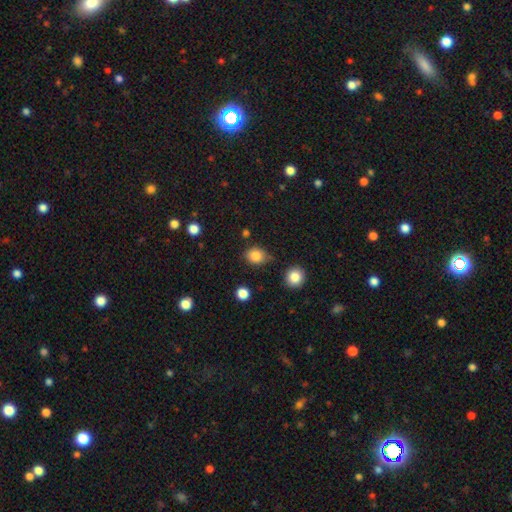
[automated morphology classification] Smooth or featured? Predicted: smooth (p=0.85). How rounded? Predicted: round (p=0.65). Merging? Predicted: none (p=0.77).